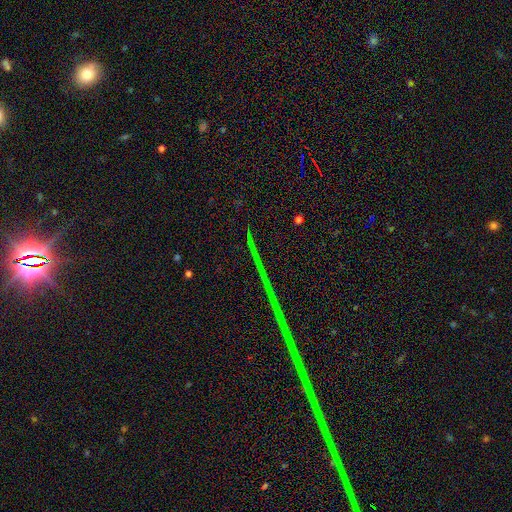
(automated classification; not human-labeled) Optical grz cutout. It shows a star or artifact, not a galaxy (88%).